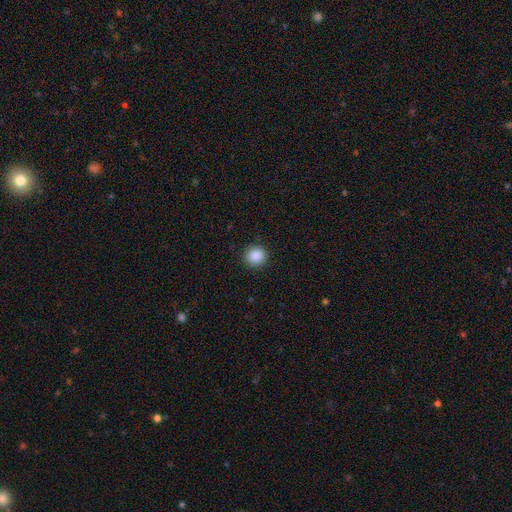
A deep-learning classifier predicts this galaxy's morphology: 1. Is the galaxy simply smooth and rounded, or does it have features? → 88% smooth, 9% star or artifact, 3% featured or disk.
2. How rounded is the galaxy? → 90% round, 9% in between, 1% cigar-shaped.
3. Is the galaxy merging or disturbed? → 91% none, 6% minor disturbance, 2% major disturbance, 1% merger.